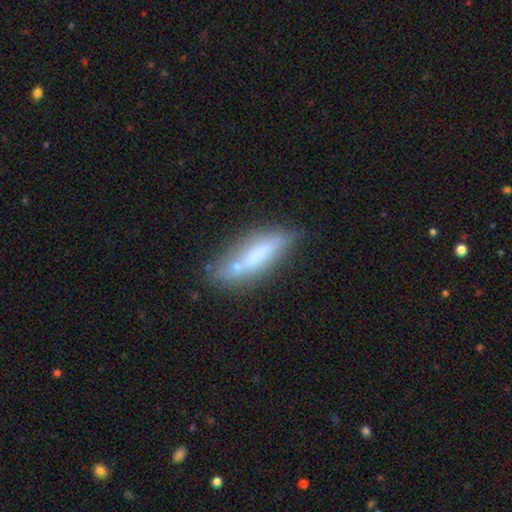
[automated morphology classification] smooth 57%, featured or disk 35%, star or artifact 9%. Down the decision tree: how rounded — cigar-shaped (64%); merging — none (55%).